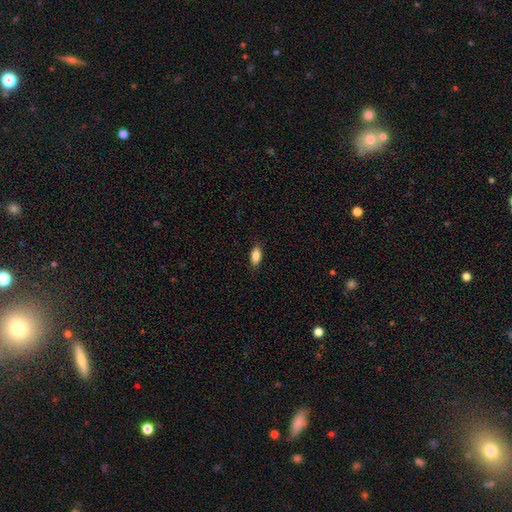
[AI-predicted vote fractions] smooth-or-featured: smooth: 88% | star or artifact: 7% | featured or disk: 5%
  how-rounded: in between: 88% | cigar-shaped: 9% | round: 3%
  merging: none: 86% | minor disturbance: 11% | major disturbance: 2% | merger: 1%